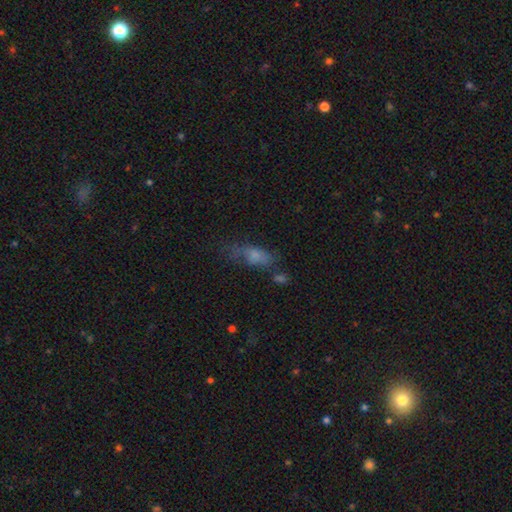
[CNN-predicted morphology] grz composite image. It shows a smooth galaxy with no disk features (67%) that is in between round and cigar-shaped (74%). Merging: none (39%).